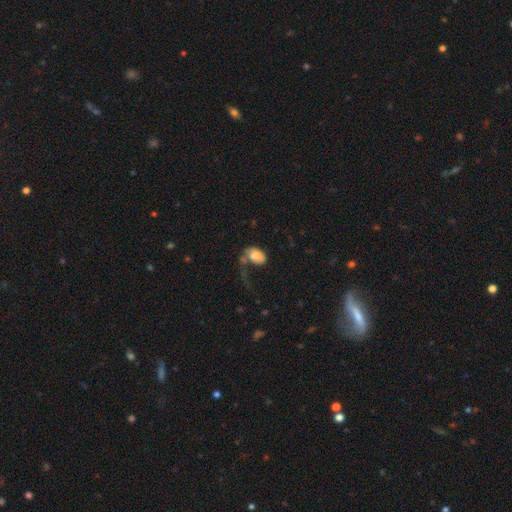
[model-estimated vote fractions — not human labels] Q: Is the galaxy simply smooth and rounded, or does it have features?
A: smooth — 68%.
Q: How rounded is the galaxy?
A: in between — 86%.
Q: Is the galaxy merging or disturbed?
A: major disturbance — 45%.